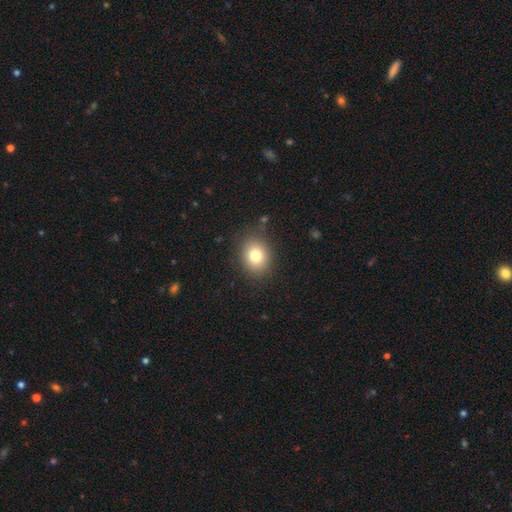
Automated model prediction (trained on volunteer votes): This appears to be a smooth galaxy with no disk features (79%) that is round (58%). Merging: none (84%).